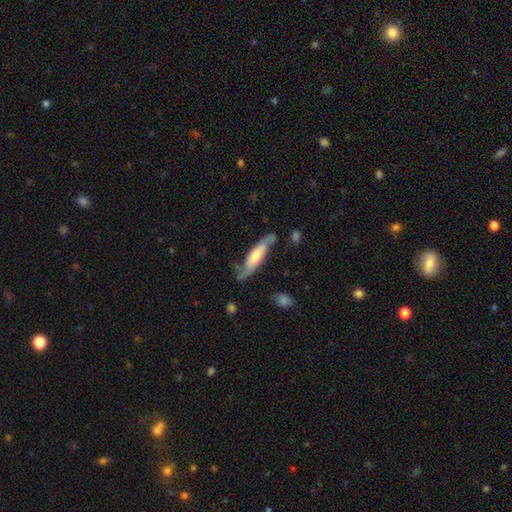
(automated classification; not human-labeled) A featured or disk galaxy (69%). Merging: none (68%).